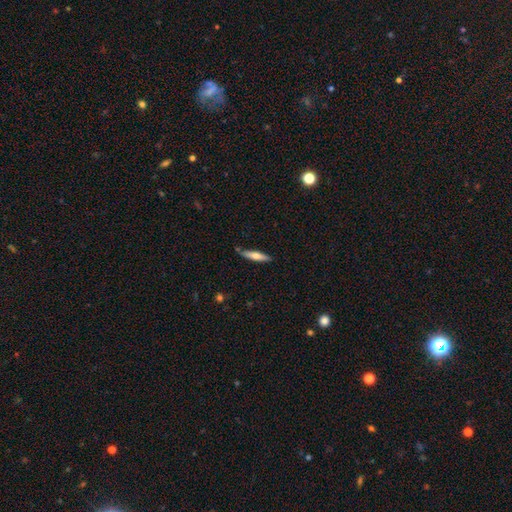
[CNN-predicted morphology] Smooth or featured: smooth — 58% (featured or disk — 37%)
How rounded: cigar-shaped — 81% (in between — 17%)
Merging: none — 81% (minor disturbance — 13%)